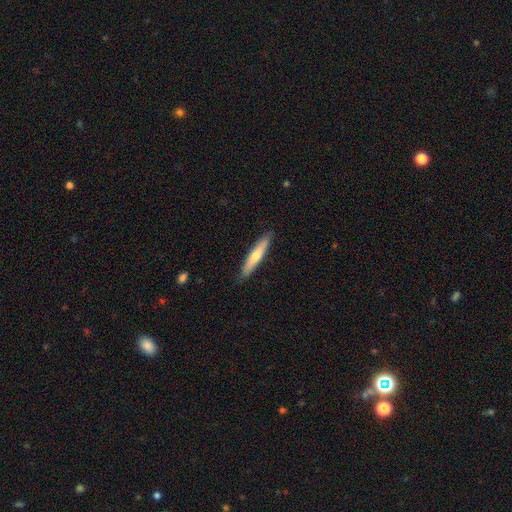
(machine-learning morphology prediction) Smooth or featured: smooth — 55% (featured or disk — 39%)
How rounded: cigar-shaped — 91% (in between — 8%)
Merging: none — 89% (minor disturbance — 8%)